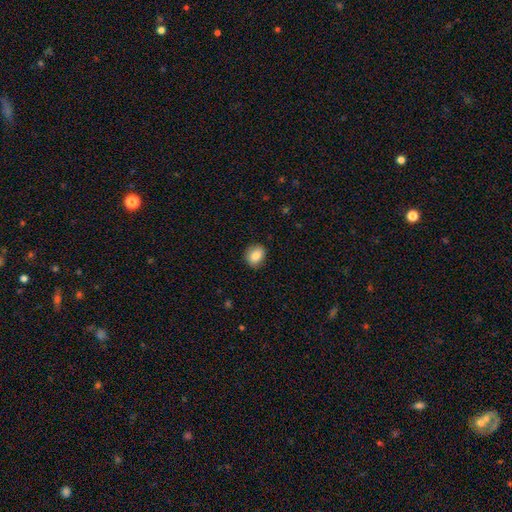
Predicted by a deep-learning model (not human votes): Smooth or featured? smooth (83%)
How rounded? round (55%)
Merging? none (86%)